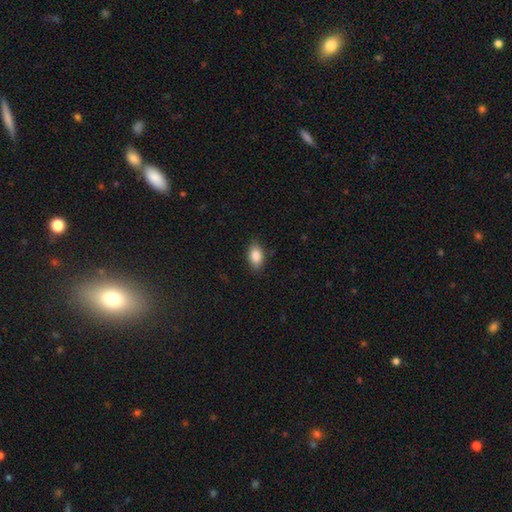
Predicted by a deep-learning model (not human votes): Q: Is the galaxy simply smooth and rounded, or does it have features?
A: smooth — 86%.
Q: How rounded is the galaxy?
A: in between — 90%.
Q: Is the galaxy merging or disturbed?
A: none — 86%.